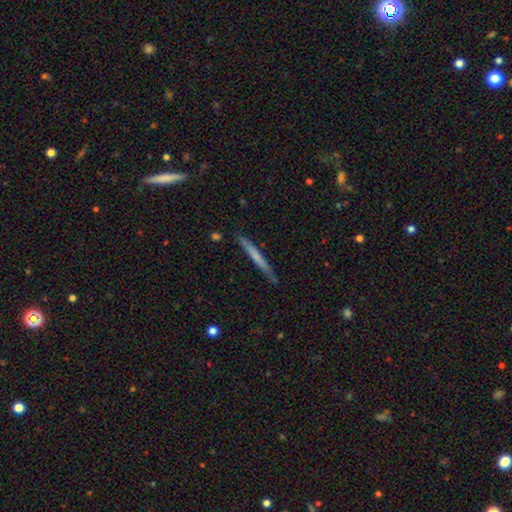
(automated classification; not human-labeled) A smooth galaxy with no disk features (54%) that is cigar-shaped (97%). Merging: none (87%).